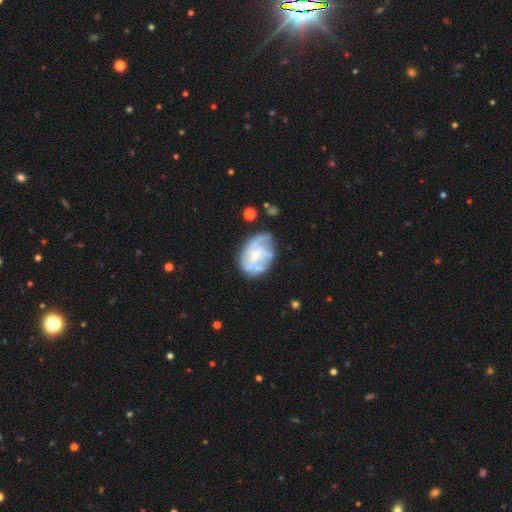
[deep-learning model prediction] A featured or disk galaxy (73%) with no bar (64%), medium (40%) spiral arms (78%) and a small central bulge (58%). Merging: none (51%).